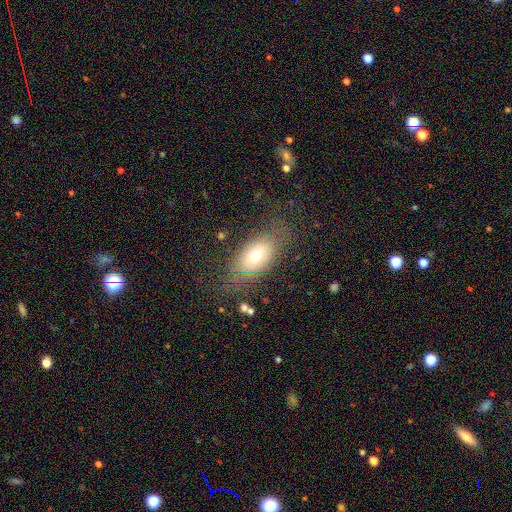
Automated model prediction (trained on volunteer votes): A smooth galaxy with no disk features (64%) that is in between round and cigar-shaped (86%).

Vote fractions:
- Smooth or featured? smooth: 64% / featured or disk: 26% / star or artifact: 9%
- How rounded? in between: 86% / round: 7% / cigar-shaped: 6%
- Merging? none: 68% / minor disturbance: 19% / major disturbance: 11% / merger: 2%